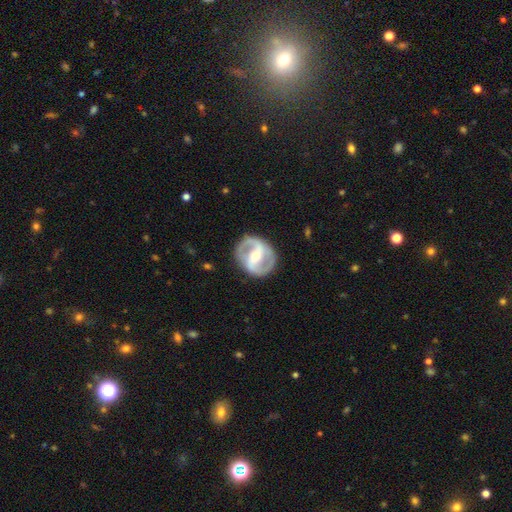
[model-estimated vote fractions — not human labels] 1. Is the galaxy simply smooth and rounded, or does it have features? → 84% featured or disk, 12% smooth, 4% star or artifact.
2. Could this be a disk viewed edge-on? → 96% no, 4% yes.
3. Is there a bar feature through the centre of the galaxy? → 58% strong, 28% weak, 13% no.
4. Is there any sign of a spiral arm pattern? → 82% yes, 18% no.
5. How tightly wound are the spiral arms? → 49% medium, 29% tight, 23% loose.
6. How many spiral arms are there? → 90% 2, 5% can't tell, 2% 1, 2% 3, 1% 4, 1% more than 4.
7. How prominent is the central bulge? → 61% moderate, 34% small, 3% large, 1% none, 1% dominant.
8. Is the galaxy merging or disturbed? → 85% none, 10% minor disturbance, 4% major disturbance, 1% merger.